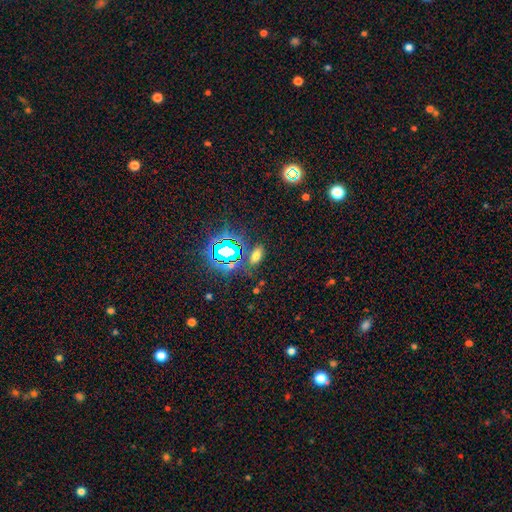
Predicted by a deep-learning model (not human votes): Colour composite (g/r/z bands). It shows a smooth galaxy with no disk features (55%) that is in between round and cigar-shaped (84%). Merging: none (80%).